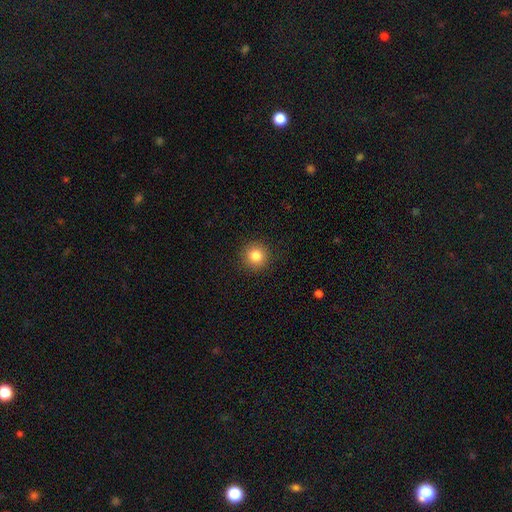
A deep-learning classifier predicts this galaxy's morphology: Smooth or featured?
  - smooth: 83% *
  - star or artifact: 11%
  - featured or disk: 6%
How rounded?
  - round: 95% *
  - in between: 4%
  - cigar-shaped: 1%
Merging?
  - none: 91% *
  - minor disturbance: 6%
  - major disturbance: 2%
  - merger: 1%